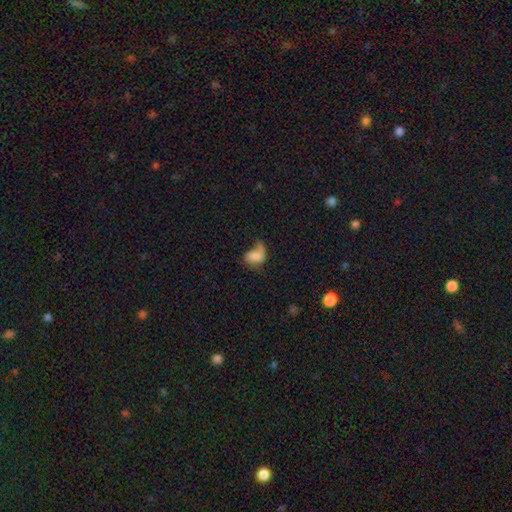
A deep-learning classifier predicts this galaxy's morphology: The model was most divided on "merging": major disturbance: 41%, minor disturbance: 25%, none: 25%, merger: 10%. More confident: how rounded — in between (80%); smooth or featured — smooth (66%).